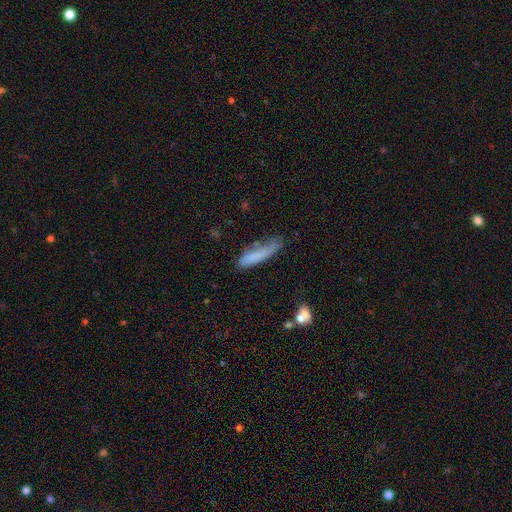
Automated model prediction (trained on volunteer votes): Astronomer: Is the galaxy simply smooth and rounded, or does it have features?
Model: smooth — 77%.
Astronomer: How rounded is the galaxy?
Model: cigar-shaped — 83%.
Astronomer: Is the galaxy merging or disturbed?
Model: none — 54% (runner-up: minor disturbance, 29%).